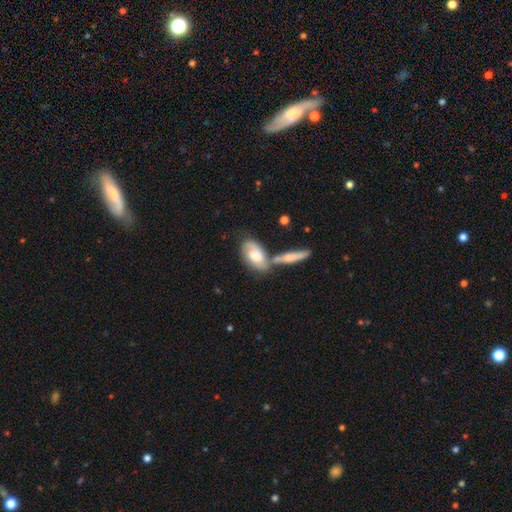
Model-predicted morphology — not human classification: type=featured or disk (54%); edge-on=no (88%); merging=none (39%).